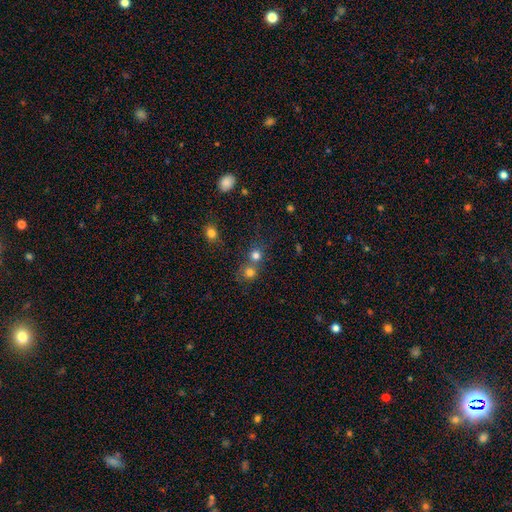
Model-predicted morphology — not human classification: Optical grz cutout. It shows a smooth galaxy with no disk features (75%) that is round (89%). Merging: none (55%).